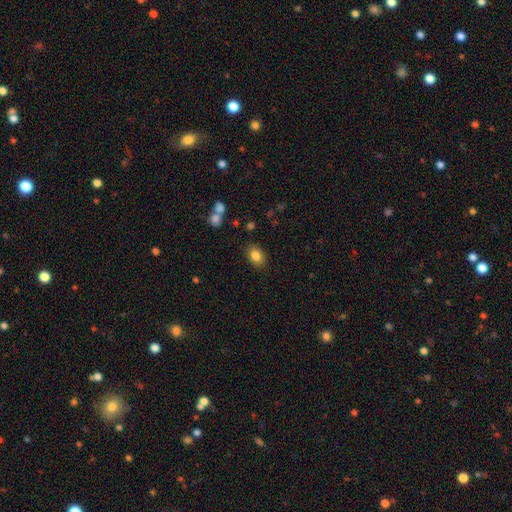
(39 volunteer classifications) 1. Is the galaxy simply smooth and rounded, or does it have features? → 87% smooth, 8% star or artifact, 5% featured or disk.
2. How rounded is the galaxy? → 76% in between, 24% round, 0% cigar-shaped.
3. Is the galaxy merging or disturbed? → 75% none, 22% minor disturbance, 3% major disturbance, 0% merger.